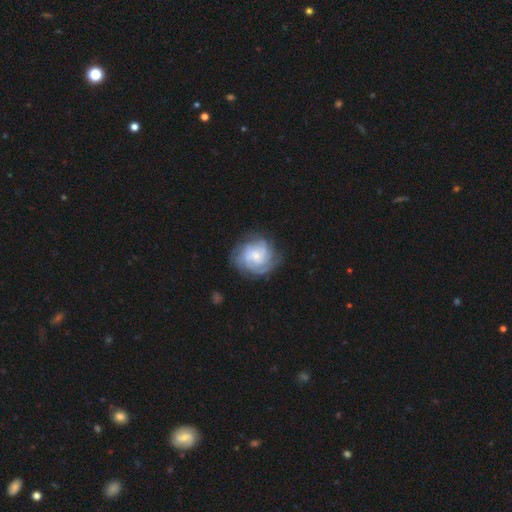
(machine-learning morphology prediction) Smooth or featured: featured or disk — 73% (smooth — 21%)
Edge-on disk: no — 98% (yes — 2%)
Bar: no — 70% (weak — 26%)
Spiral arms: yes — 92% (no — 8%)
Spiral winding: tight — 62% (medium — 29%)
Spiral arm count: can't tell — 39% (3 — 18%)
Bulge size: small — 67% (moderate — 25%)
Merging: none — 72% (minor disturbance — 18%)